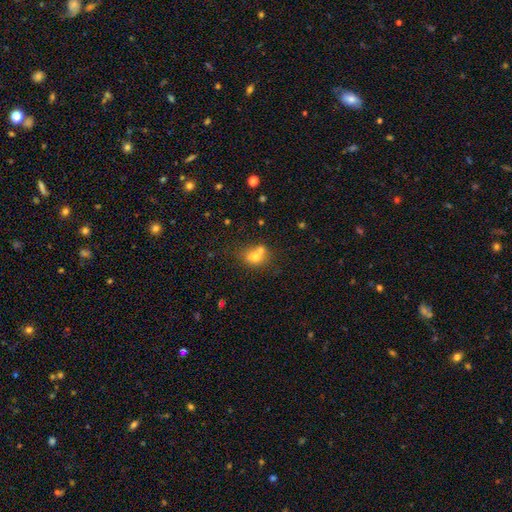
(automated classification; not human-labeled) Smooth or featured? smooth (70%)
How rounded? round (57%)
Merging? merger (47%)